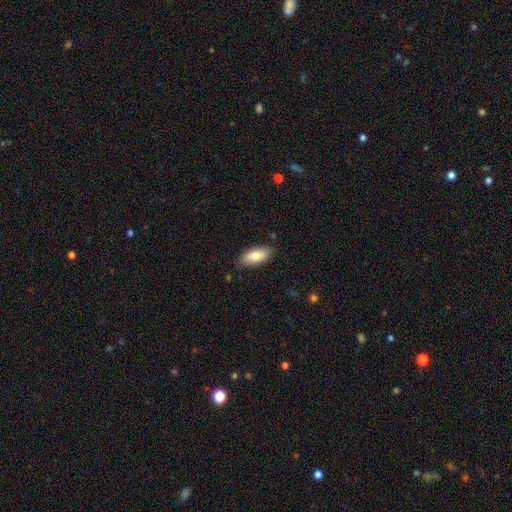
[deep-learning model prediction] smooth_or_featured: smooth (p=0.77) [alt: featured or disk p=0.17]
how_rounded: in between (p=0.88) [alt: cigar-shaped p=0.09]
merging: none (p=0.82) [alt: minor disturbance p=0.14]